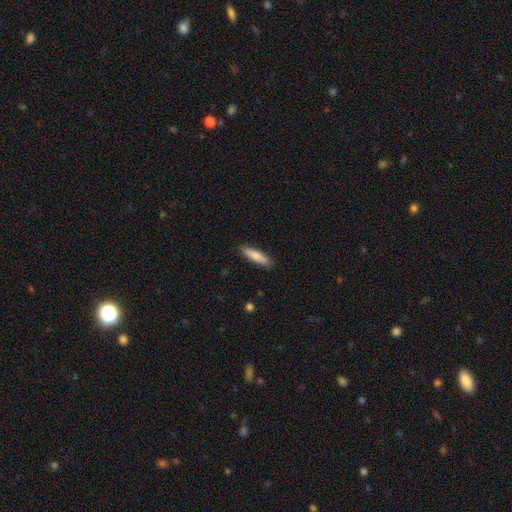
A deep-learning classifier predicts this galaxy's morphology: Q: Smooth or featured?
A: smooth (80%); runner-up: featured or disk (15%)
Q: How rounded?
A: cigar-shaped (75%); runner-up: in between (24%)
Q: Merging?
A: none (87%); runner-up: minor disturbance (10%)